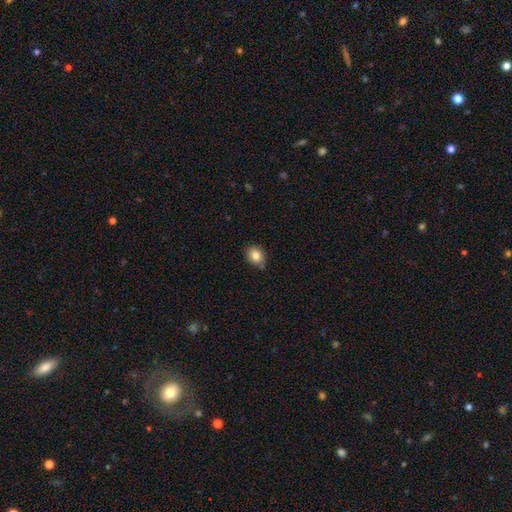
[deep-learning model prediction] Q: Smooth or featured?
A: smooth (83%); runner-up: star or artifact (10%)
Q: How rounded?
A: round (59%); runner-up: in between (40%)
Q: Merging?
A: none (79%); runner-up: minor disturbance (15%)